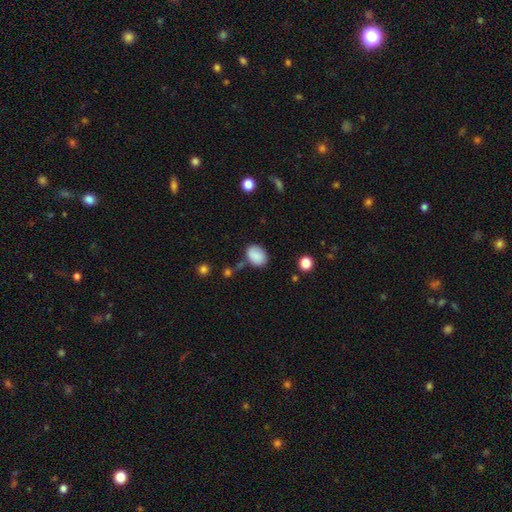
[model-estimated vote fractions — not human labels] Smooth or featured?
  - smooth: 86% *
  - star or artifact: 8%
  - featured or disk: 5%
How rounded?
  - in between: 71% *
  - round: 28%
  - cigar-shaped: 1%
Merging?
  - none: 72% *
  - minor disturbance: 18%
  - merger: 5%
  - major disturbance: 5%